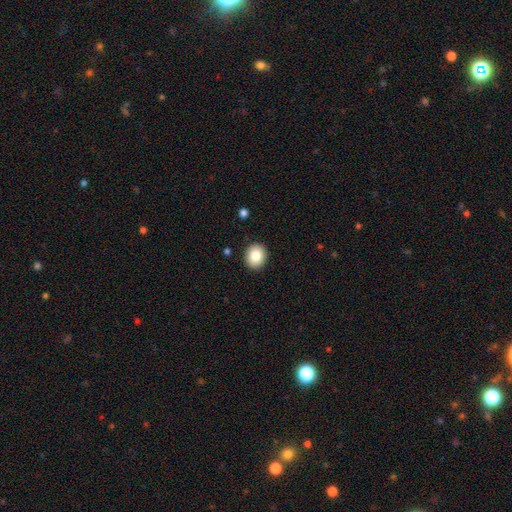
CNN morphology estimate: Smooth or featured? Predicted: smooth (p=0.84). How rounded? Predicted: round (p=0.73). Merging? Predicted: none (p=0.91).